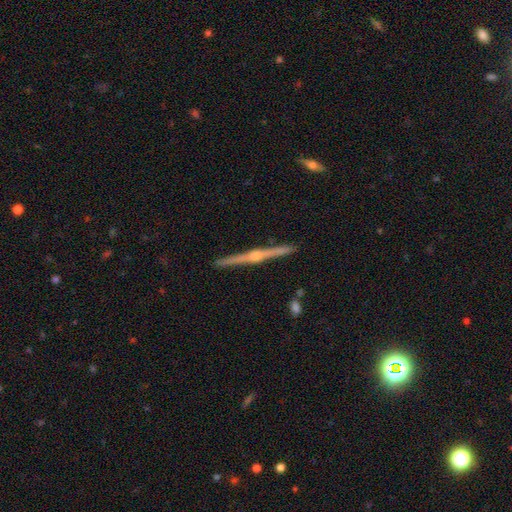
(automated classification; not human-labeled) Smooth or featured: featured or disk — 87% (smooth — 8%)
Edge-on disk: yes — 99% (no — 1%)
Edge-on bulge: rounded — 90% (boxy — 5%)
Merging: none — 93% (minor disturbance — 5%)